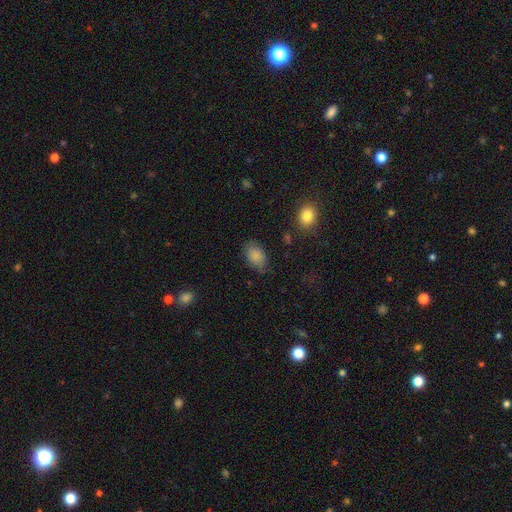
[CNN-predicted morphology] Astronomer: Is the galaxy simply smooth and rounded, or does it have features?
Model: smooth — 86%.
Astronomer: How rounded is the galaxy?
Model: in between — 85%.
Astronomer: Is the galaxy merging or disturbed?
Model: none — 71%.